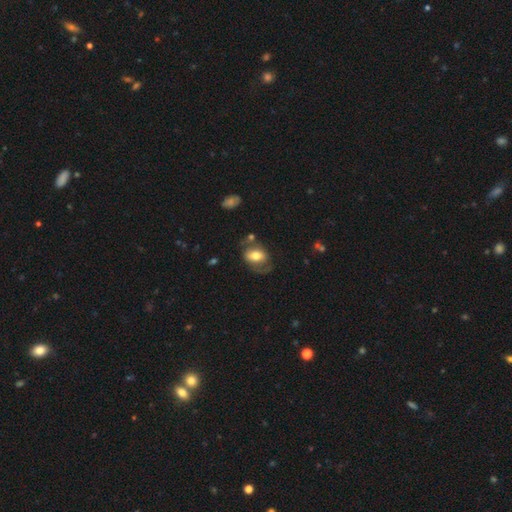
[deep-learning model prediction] smooth-or-featured: smooth: 58% | featured or disk: 35% | star or artifact: 7%
  how-rounded: in between: 77% | round: 21% | cigar-shaped: 2%
  merging: none: 53% | minor disturbance: 23% | major disturbance: 19% | merger: 6%